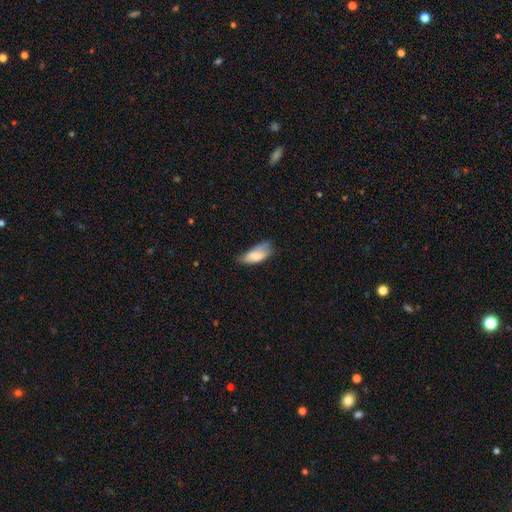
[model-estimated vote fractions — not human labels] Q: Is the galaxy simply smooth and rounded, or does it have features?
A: smooth — 77%.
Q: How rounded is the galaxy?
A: in between — 86%.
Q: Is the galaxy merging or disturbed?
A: minor disturbance — 41%.